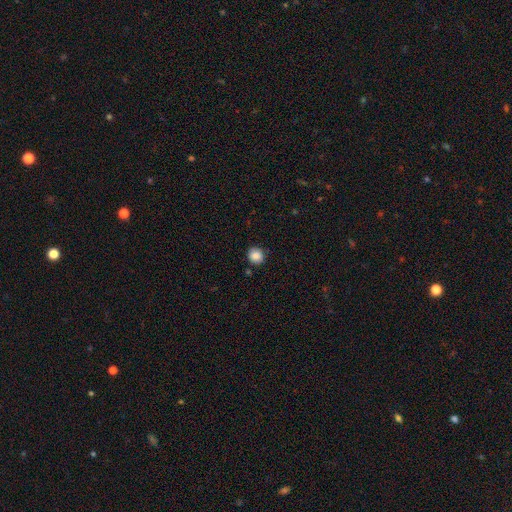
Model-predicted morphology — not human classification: Smooth or featured? Predicted: smooth (p=0.86). How rounded? Predicted: round (p=0.87). Merging? Predicted: none (p=0.85).